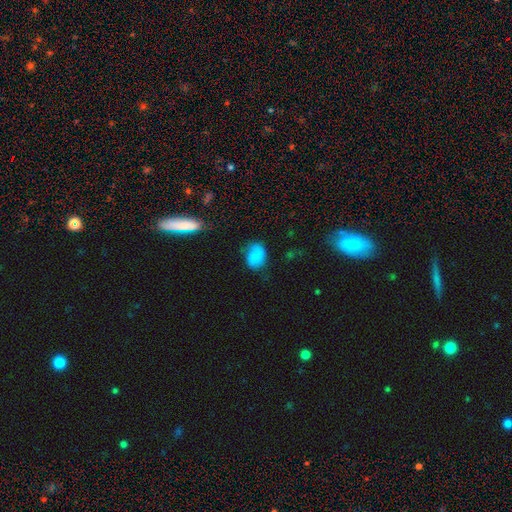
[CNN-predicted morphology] Smooth or featured? smooth (81%)
How rounded? in between (75%)
Merging? none (59%)